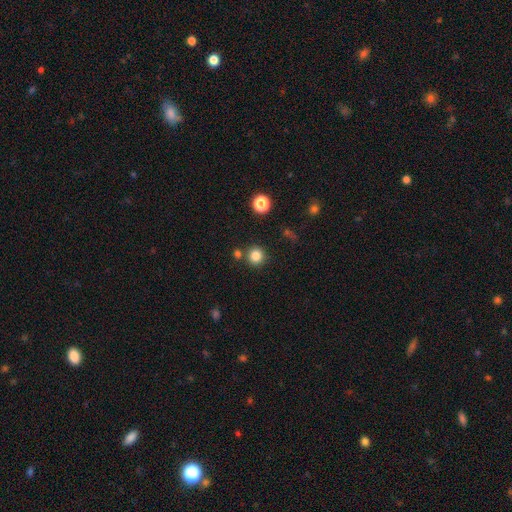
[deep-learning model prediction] Smooth or featured: smooth — 83% (star or artifact — 12%)
How rounded: round — 93% (in between — 6%)
Merging: none — 81% (merger — 8%)